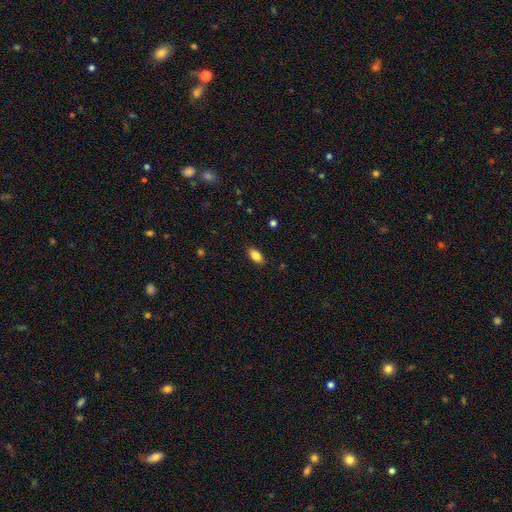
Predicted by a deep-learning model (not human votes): smooth 85%, star or artifact 8%, featured or disk 8%. Down the decision tree: how rounded — in between (89%); merging — none (87%).